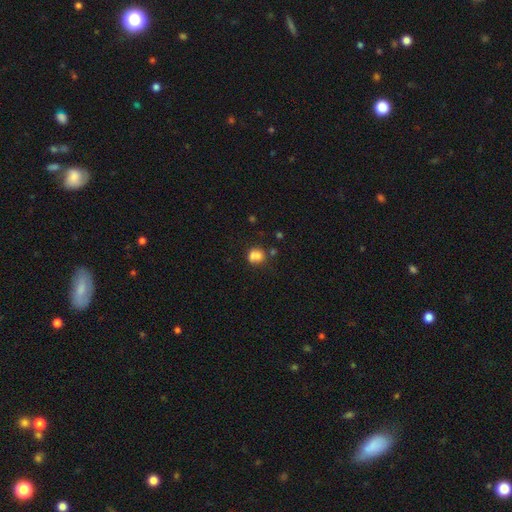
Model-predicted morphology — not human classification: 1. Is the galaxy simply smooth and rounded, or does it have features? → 70% smooth, 18% featured or disk, 12% star or artifact.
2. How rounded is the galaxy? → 71% round, 27% in between, 1% cigar-shaped.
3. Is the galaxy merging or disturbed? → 41% merger, 37% none, 15% minor disturbance, 8% major disturbance.